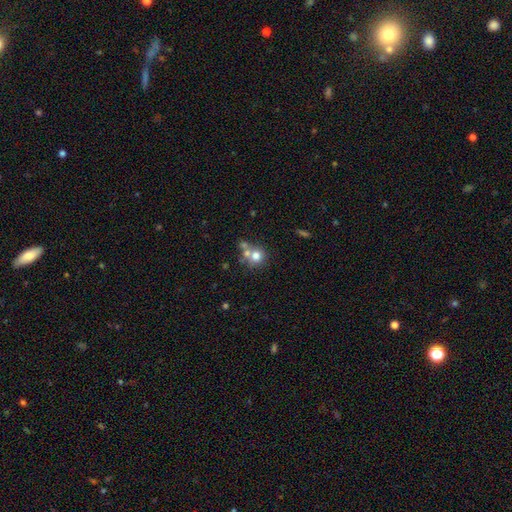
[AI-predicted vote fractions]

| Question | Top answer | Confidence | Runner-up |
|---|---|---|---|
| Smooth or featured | smooth | 70% | featured or disk (18%) |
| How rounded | round | 87% | in between (12%) |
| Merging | none | 48% | merger (39%) |